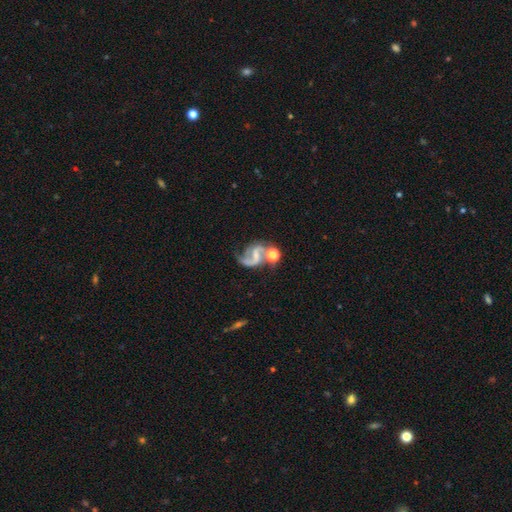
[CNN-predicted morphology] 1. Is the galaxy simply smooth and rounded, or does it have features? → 81% featured or disk, 10% smooth, 9% star or artifact.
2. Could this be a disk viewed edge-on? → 98% no, 2% yes.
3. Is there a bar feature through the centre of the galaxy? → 43% weak, 29% no, 28% strong.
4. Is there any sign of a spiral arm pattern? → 93% yes, 7% no.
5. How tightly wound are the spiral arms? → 55% loose, 37% medium, 8% tight.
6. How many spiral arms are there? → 80% 2, 13% 1, 3% can't tell, 1% 3, 1% 4, 1% more than 4.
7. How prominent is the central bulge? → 47% small, 29% none, 20% moderate, 3% large, 1% dominant.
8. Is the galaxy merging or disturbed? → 38% none, 27% merger, 19% major disturbance, 16% minor disturbance.